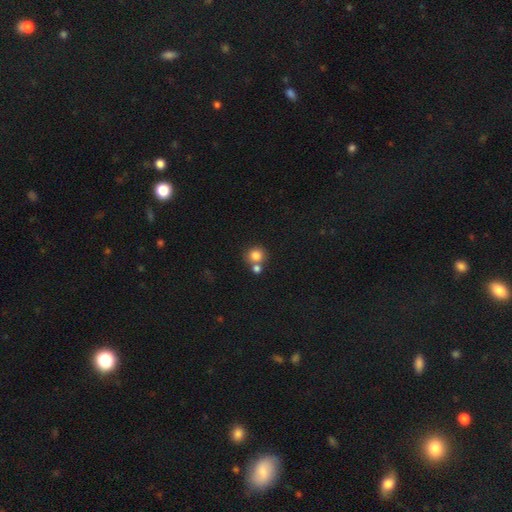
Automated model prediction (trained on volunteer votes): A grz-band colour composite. It shows a smooth galaxy with no disk features (82%) that is round (87%). Merging: none (54%).